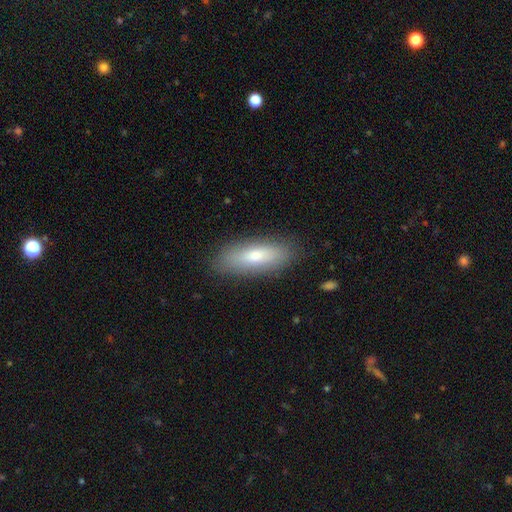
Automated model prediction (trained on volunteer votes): Smooth or featured? smooth (72%)
How rounded? in between (60%)
Merging? none (85%)